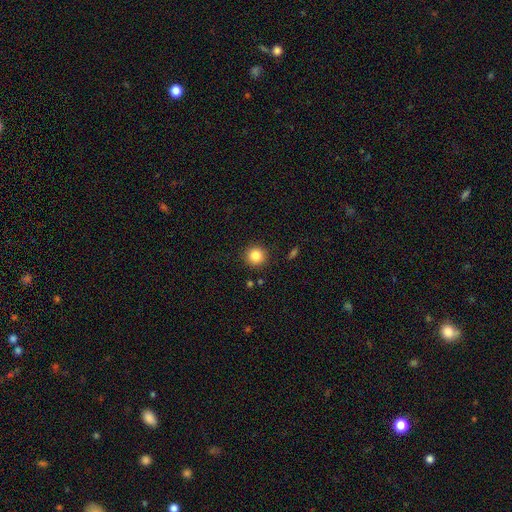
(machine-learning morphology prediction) A smooth galaxy with no disk features (85%) that is round (95%). Merging: none (90%).